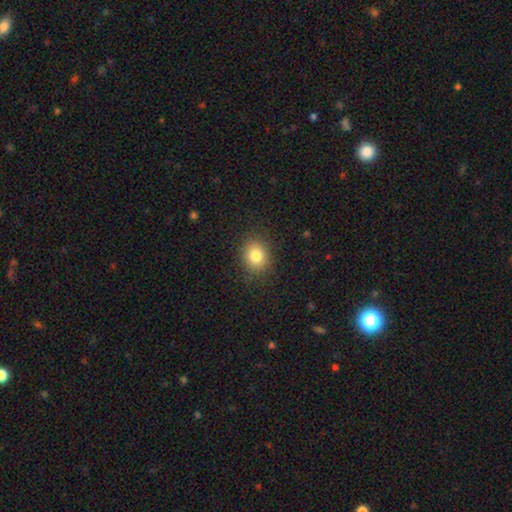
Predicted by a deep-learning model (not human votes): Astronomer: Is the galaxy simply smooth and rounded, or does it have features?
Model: smooth — 81%.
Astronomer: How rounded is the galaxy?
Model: round — 60% (runner-up: in between, 39%).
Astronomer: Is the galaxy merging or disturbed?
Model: none — 87%.